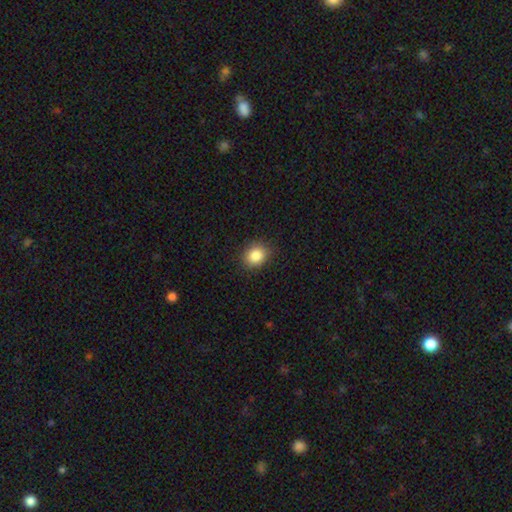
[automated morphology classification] A smooth galaxy with no disk features (86%) that is round (67%).

Vote fractions:
- Smooth or featured? smooth: 86% / star or artifact: 9% / featured or disk: 5%
- How rounded? round: 67% / in between: 32% / cigar-shaped: 1%
- Merging? none: 87% / minor disturbance: 10% / major disturbance: 3% / merger: 1%